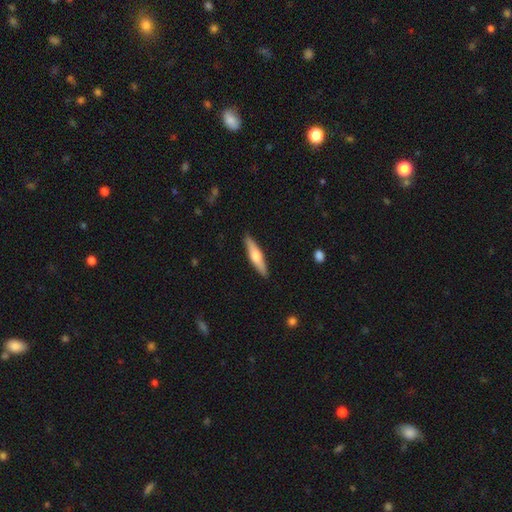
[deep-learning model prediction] smooth_or_featured: smooth (p=0.51) [alt: featured or disk p=0.44]
how_rounded: cigar-shaped (p=0.81) [alt: in between p=0.17]
merging: none (p=0.90) [alt: minor disturbance p=0.07]